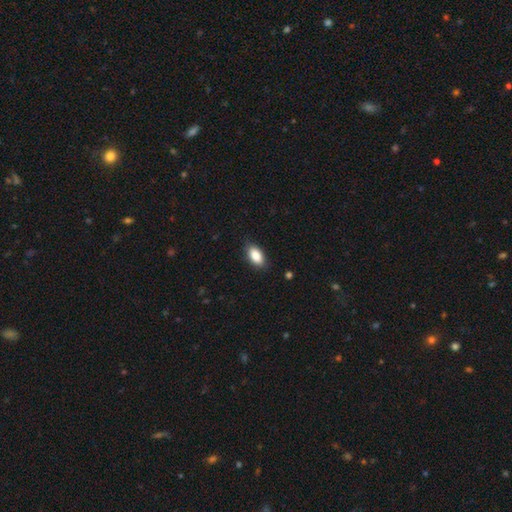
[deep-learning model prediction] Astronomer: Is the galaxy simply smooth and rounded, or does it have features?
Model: smooth — 87%.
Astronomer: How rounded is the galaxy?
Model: in between — 92%.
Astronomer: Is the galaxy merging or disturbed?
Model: none — 85%.